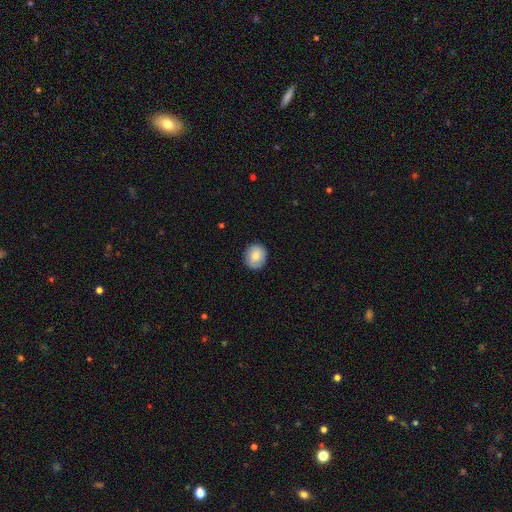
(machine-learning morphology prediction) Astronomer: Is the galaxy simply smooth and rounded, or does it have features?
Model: smooth — 83%.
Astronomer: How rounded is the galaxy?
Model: round — 74%.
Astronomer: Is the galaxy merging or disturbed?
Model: none — 88%.